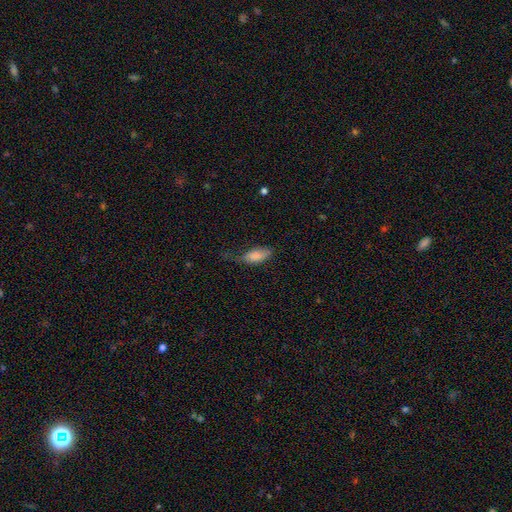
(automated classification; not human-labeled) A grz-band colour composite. It shows a smooth galaxy with no disk features (84%) that is in between round and cigar-shaped (84%). Merging: none (44%).